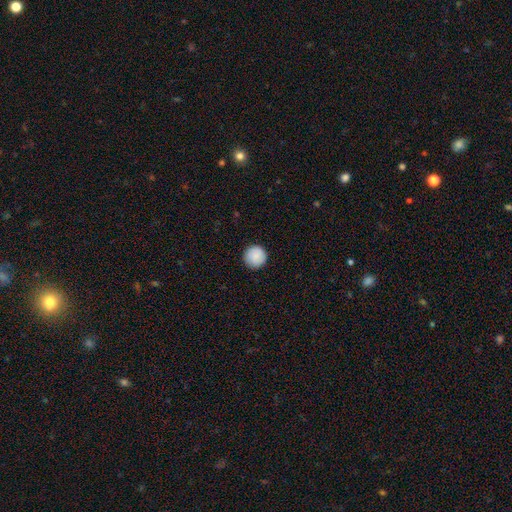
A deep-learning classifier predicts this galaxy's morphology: A smooth galaxy with no disk features (89%) that is round (96%).

Vote fractions:
- Smooth or featured? smooth: 89% / star or artifact: 7% / featured or disk: 3%
- How rounded? round: 96% / in between: 3% / cigar-shaped: 1%
- Merging? none: 92% / minor disturbance: 6% / major disturbance: 2% / merger: 1%